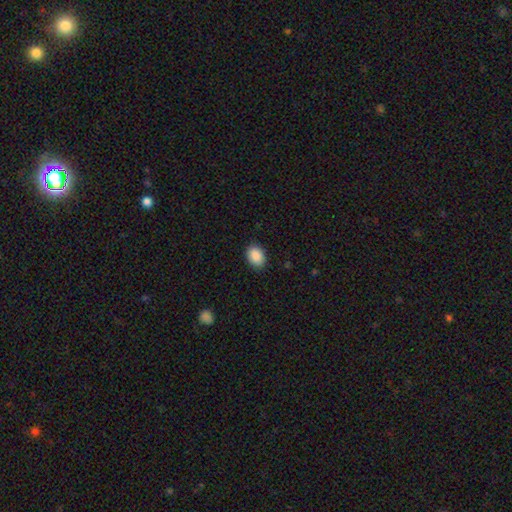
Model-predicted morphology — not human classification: Q: Smooth or featured?
A: smooth (90%); runner-up: star or artifact (7%)
Q: How rounded?
A: in between (73%); runner-up: round (26%)
Q: Merging?
A: none (89%); runner-up: minor disturbance (8%)